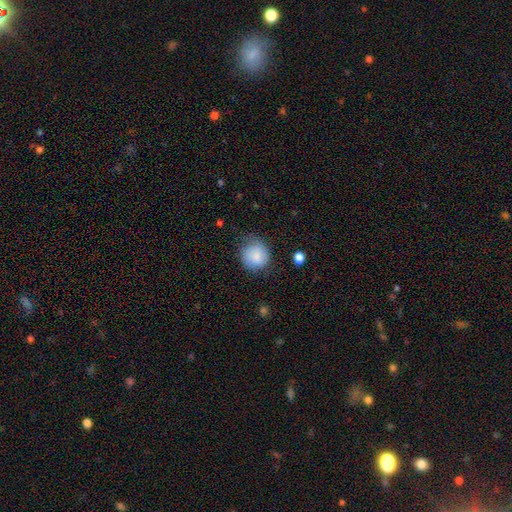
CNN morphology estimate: Smooth or featured?
  - smooth: 84% *
  - featured or disk: 9%
  - star or artifact: 7%
How rounded?
  - round: 84% *
  - in between: 15%
  - cigar-shaped: 1%
Merging?
  - none: 68% *
  - minor disturbance: 24%
  - major disturbance: 7%
  - merger: 1%